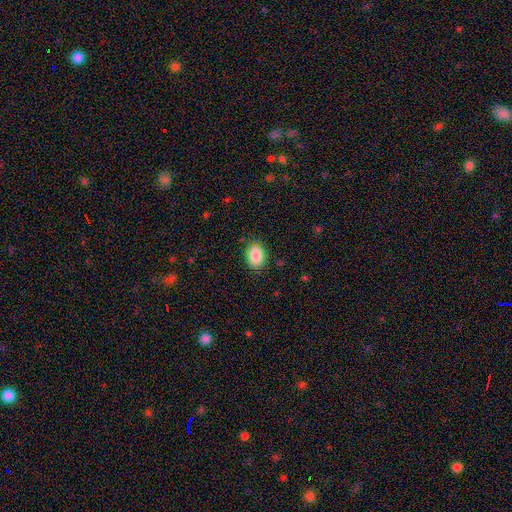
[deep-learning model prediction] Smooth or featured: smooth — 88% (star or artifact — 7%)
How rounded: in between — 79% (round — 20%)
Merging: none — 87% (minor disturbance — 10%)